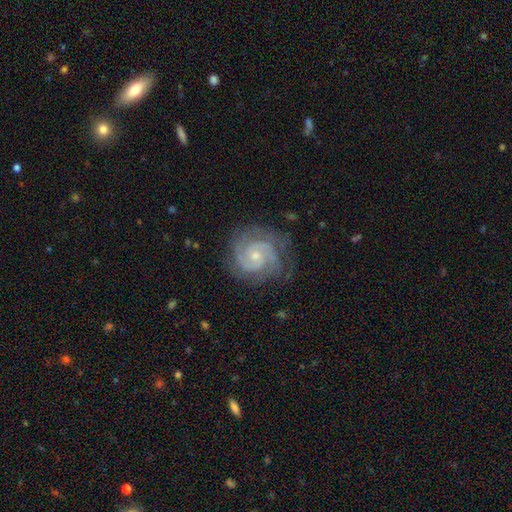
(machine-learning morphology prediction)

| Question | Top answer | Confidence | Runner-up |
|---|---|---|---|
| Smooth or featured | featured or disk | 90% | star or artifact (5%) |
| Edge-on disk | no | 98% | yes (2%) |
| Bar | no | 68% | weak (27%) |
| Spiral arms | yes | 98% | no (2%) |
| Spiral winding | tight | 65% | medium (31%) |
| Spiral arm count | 2 | 55% | 3 (24%) |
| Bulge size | small | 63% | moderate (33%) |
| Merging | none | 77% | minor disturbance (16%) |